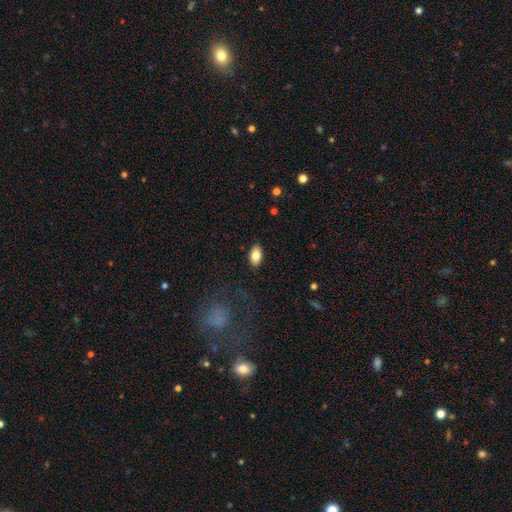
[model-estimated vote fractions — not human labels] A smooth galaxy with no disk features (81%) that is in between round and cigar-shaped (92%). Merging: none (88%).